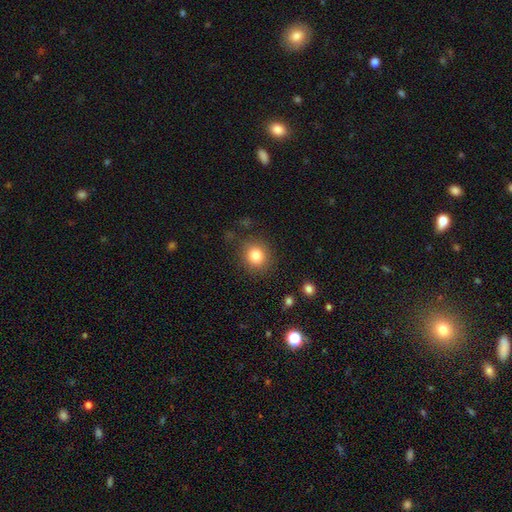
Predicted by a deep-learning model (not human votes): A smooth galaxy with no disk features (83%) that is round (83%).

Vote fractions:
- Smooth or featured? smooth: 83% / star or artifact: 11% / featured or disk: 7%
- How rounded? round: 83% / in between: 16% / cigar-shaped: 1%
- Merging? none: 85% / minor disturbance: 10% / major disturbance: 4% / merger: 2%